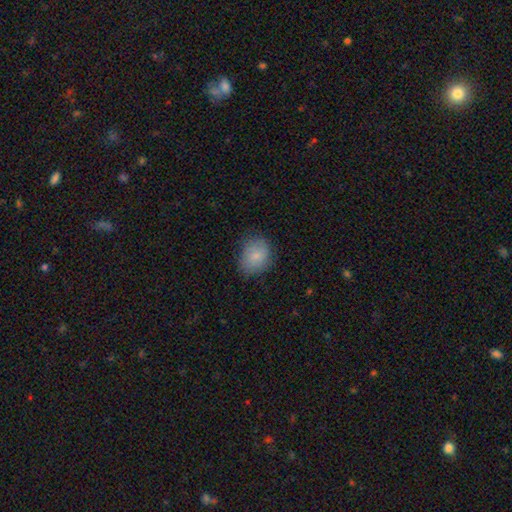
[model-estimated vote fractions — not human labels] A smooth galaxy with no disk features (82%) that is round (54%). Merging: none (76%).